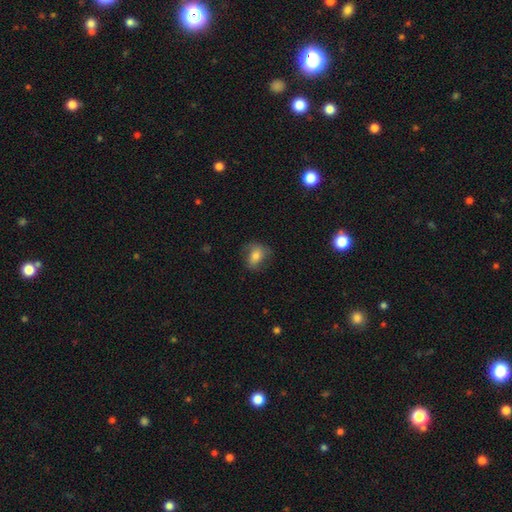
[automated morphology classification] smooth 68%, featured or disk 23%, star or artifact 9%. Down the decision tree: how rounded — in between (67%); merging — none (66%).